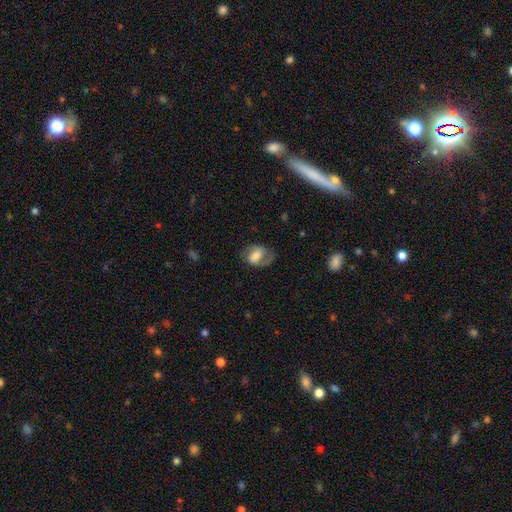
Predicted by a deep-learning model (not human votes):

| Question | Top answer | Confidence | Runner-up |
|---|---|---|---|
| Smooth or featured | featured or disk | 61% | smooth (32%) |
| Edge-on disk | no | 96% | yes (4%) |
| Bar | weak | 40% | no (34%) |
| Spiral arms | yes | 83% | no (17%) |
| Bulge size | moderate | 39% | large (28%) |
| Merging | none | 66% | minor disturbance (19%) |